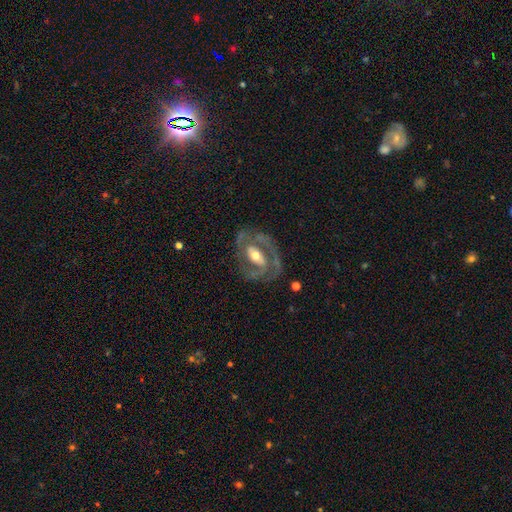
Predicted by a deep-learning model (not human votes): smooth_or_featured: featured or disk (p=0.82) [alt: smooth p=0.13]
disk_edge_on: no (p=0.95) [alt: yes p=0.05]
bar: no (p=0.34) [tied with: weak p=0.34]
has_spiral_arms: yes (p=0.77) [alt: no p=0.23]
spiral_winding: tight (p=0.45) [alt: medium p=0.42]
spiral_arm_count: 2 (p=0.72) [alt: can't tell p=0.12]
bulge_size: moderate (p=0.68) [alt: small p=0.17]
merging: none (p=0.70) [alt: minor disturbance p=0.17]